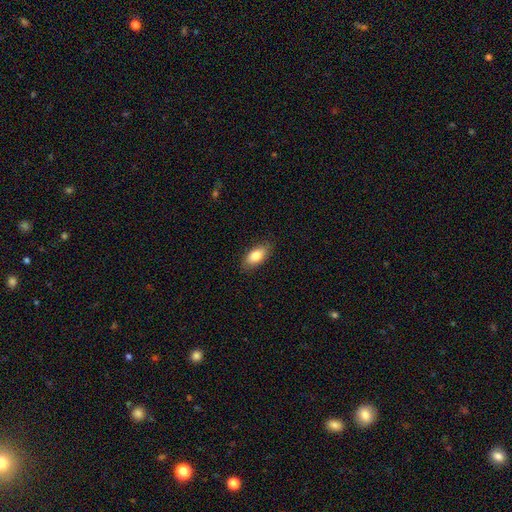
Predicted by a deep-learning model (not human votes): smooth 82%, featured or disk 11%, star or artifact 7%. Down the decision tree: how rounded — in between (90%); merging — none (86%).